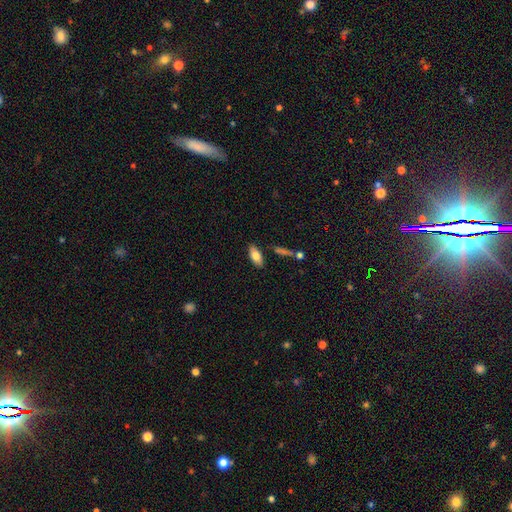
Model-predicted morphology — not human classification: smooth 78%, featured or disk 15%, star or artifact 7%. Down the decision tree: how rounded — in between (88%); merging — none (82%).